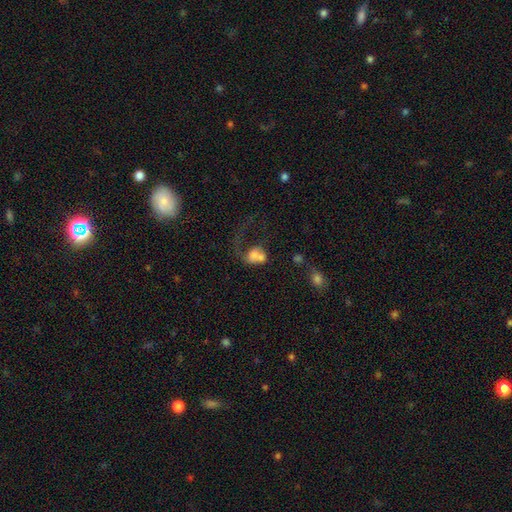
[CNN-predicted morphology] smooth_or_featured: smooth (p=0.58) [alt: featured or disk p=0.32]
how_rounded: in between (p=0.50) [alt: round p=0.49]
merging: merger (p=0.50) [alt: major disturbance p=0.26]